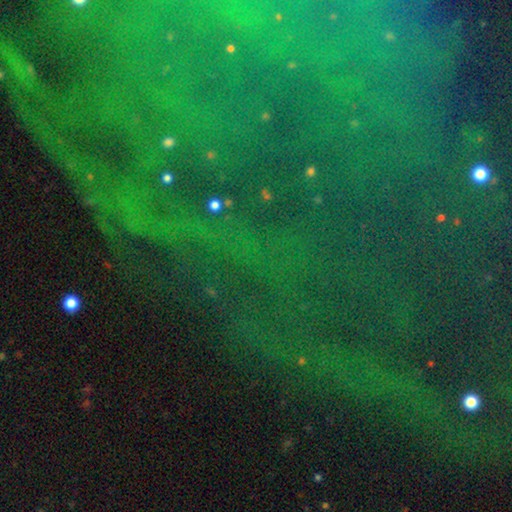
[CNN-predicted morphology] Smooth or featured? star or artifact (81%)